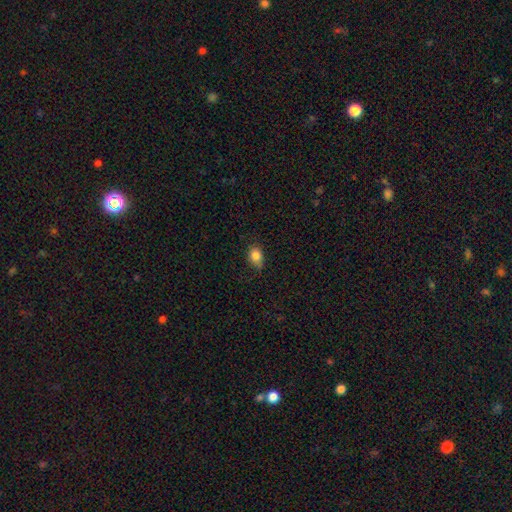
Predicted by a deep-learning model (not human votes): Smooth or featured? smooth (83%)
How rounded? in between (61%)
Merging? none (68%)